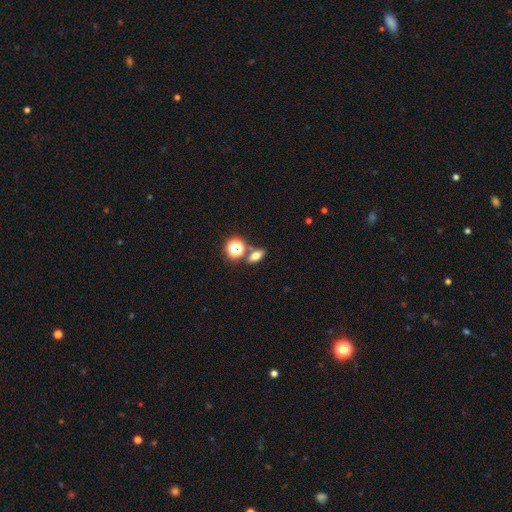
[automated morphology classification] smooth 67%, star or artifact 19%, featured or disk 15%. Down the decision tree: how rounded — in between (72%); merging — none (73%).